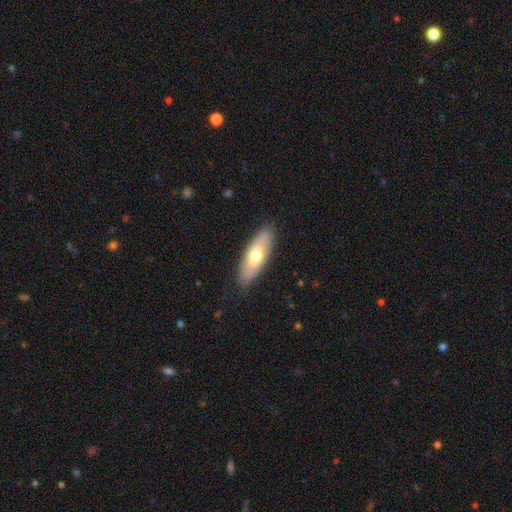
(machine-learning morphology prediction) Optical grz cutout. It shows a smooth galaxy with no disk features (63%) that is in between round and cigar-shaped (62%). Merging: none (86%).